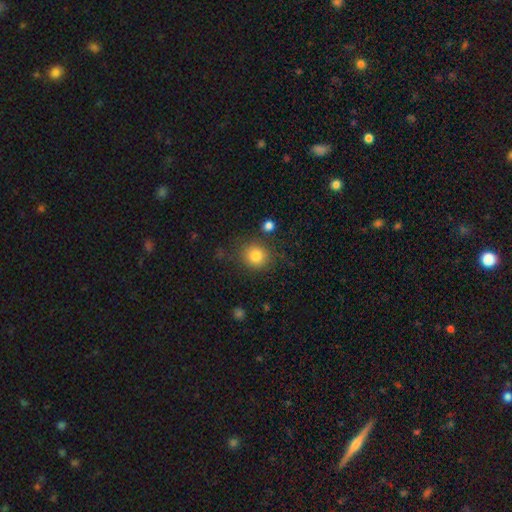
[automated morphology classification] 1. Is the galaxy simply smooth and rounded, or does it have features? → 82% smooth, 11% star or artifact, 7% featured or disk.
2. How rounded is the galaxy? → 86% round, 13% in between, 1% cigar-shaped.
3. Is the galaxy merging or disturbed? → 81% none, 11% minor disturbance, 4% merger, 4% major disturbance.